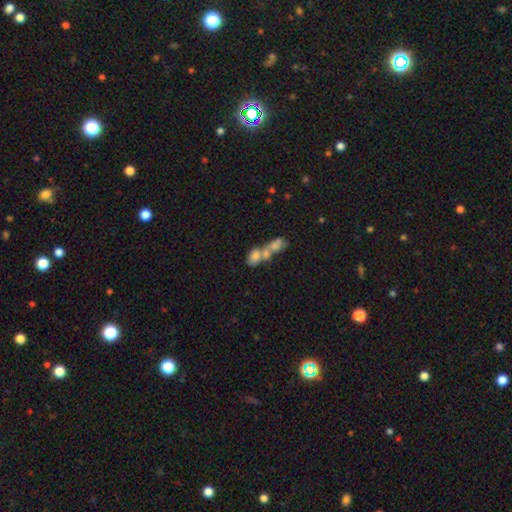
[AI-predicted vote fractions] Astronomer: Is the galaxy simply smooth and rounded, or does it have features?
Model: smooth — 66%.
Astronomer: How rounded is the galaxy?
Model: in between — 73%.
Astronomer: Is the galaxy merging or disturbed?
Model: merger — 75%.